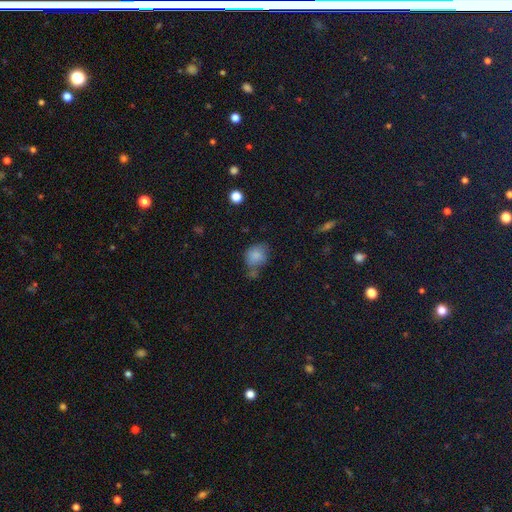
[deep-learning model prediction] Q: Smooth or featured?
A: smooth (82%); runner-up: star or artifact (9%)
Q: How rounded?
A: round (61%); runner-up: in between (38%)
Q: Merging?
A: none (52%); runner-up: minor disturbance (24%)